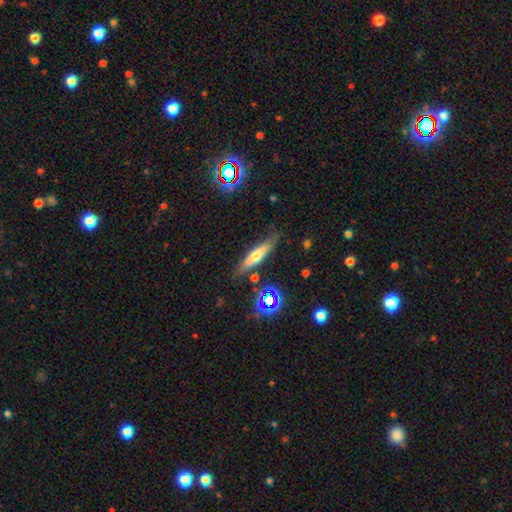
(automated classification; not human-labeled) This is possibly a smooth galaxy (47%). Merging: likely none (76%).